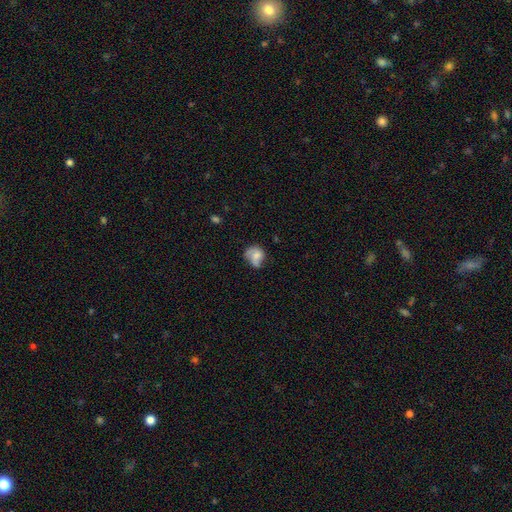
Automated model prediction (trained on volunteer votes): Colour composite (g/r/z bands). It shows a smooth galaxy with no disk features (57%) that is round (59%). Merging: none (41%).